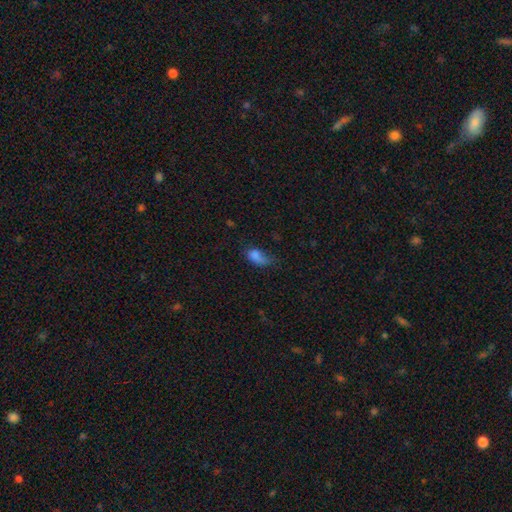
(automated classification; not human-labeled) This appears to be a smooth galaxy with no disk features (74%) that is in between round and cigar-shaped (85%). Merging: major disturbance (32%).